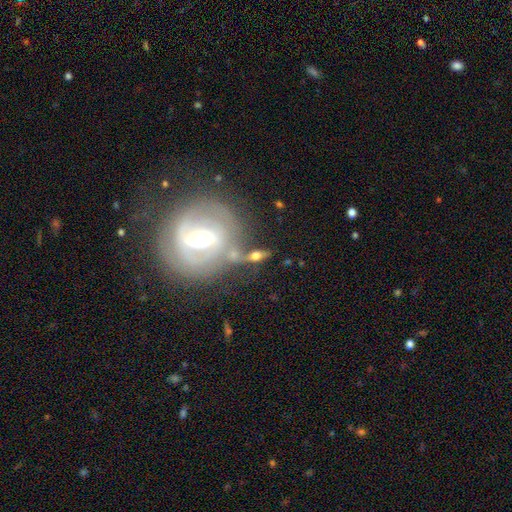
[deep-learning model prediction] Smooth or featured? featured or disk (53%)
Edge-on disk? no (56%)
Merging? none (41%)